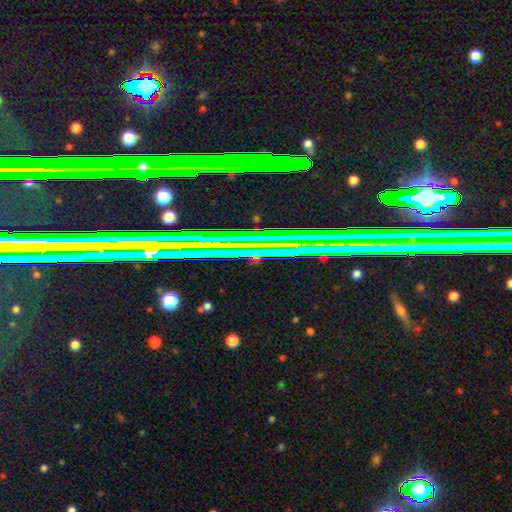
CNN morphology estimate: Overall: star or artifact (67%).